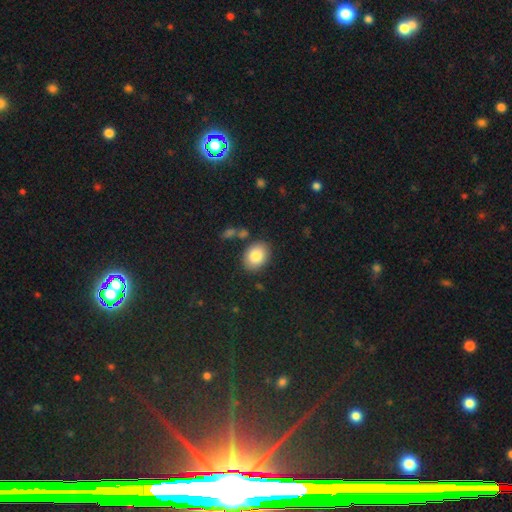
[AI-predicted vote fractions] smooth-or-featured: smooth: 83% | featured or disk: 9% | star or artifact: 8%
  how-rounded: in between: 65% | round: 34% | cigar-shaped: 1%
  merging: none: 82% | minor disturbance: 11% | merger: 4% | major disturbance: 3%